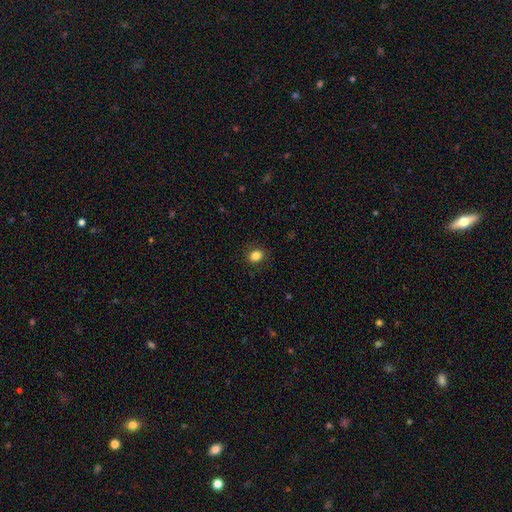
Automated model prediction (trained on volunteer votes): The model was most divided on "how rounded": round: 53%, in between: 46%, cigar-shaped: 1%. More confident: merging — none (87%); smooth or featured — smooth (84%).